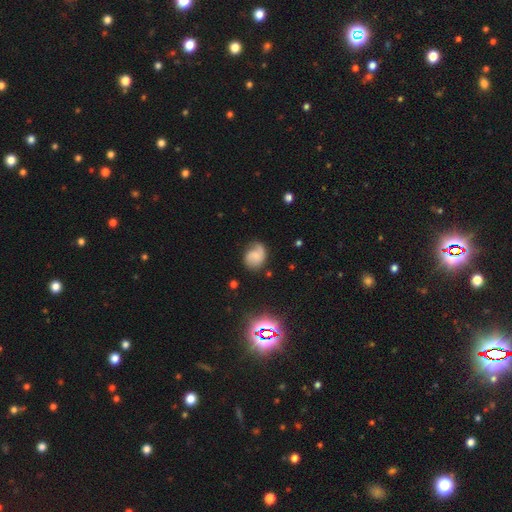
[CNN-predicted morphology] smooth-or-featured: featured or disk: 59% | smooth: 31% | star or artifact: 10%
  disk-edge-on: no: 97% | yes: 3%
    bar: no: 64% | weak: 31% | strong: 5%
    has-spiral-arms: yes: 91% | no: 9%
      spiral-winding: medium: 41% | loose: 29% | tight: 29%
      spiral-arm-count: 2: 52% | 1: 34% | can't tell: 10% | 3: 2% | 4: 1% | more than 4: 1%
    bulge-size: small: 51% | none: 23% | moderate: 22% | large: 3% | dominant: 1%
  merging: none: 61% | minor disturbance: 25% | major disturbance: 12% | merger: 2%